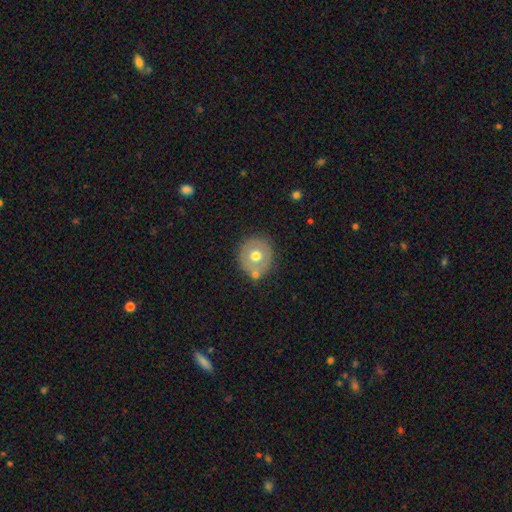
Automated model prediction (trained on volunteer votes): Smooth or featured? Predicted: smooth (p=0.61). How rounded? Predicted: round (p=0.90). Merging? Predicted: none (p=0.70).